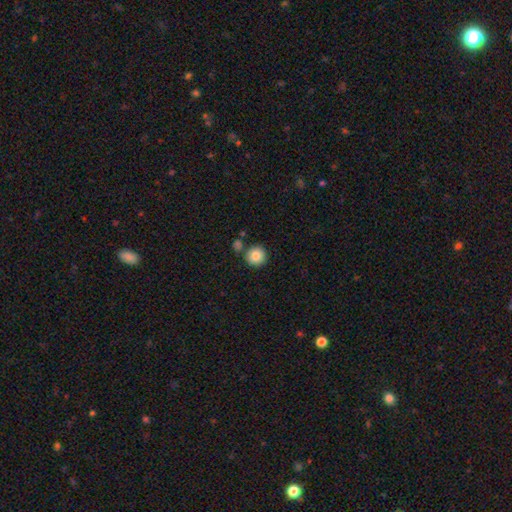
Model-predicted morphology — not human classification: A smooth galaxy with no disk features (86%) that is round (94%). Merging: none (78%).